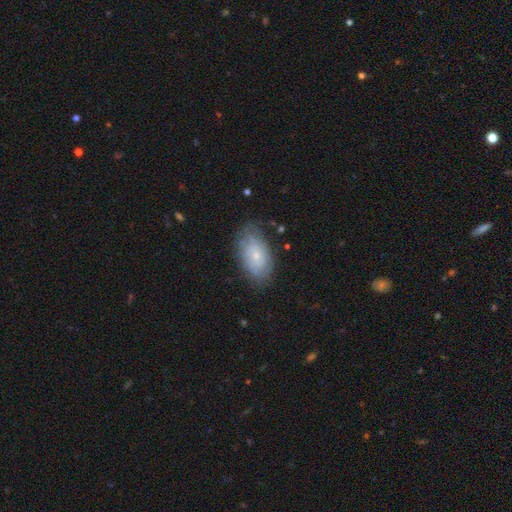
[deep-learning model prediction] smooth_or_featured: featured or disk (p=0.49) [alt: smooth p=0.43]
merging: none (p=0.71) [alt: minor disturbance p=0.21]